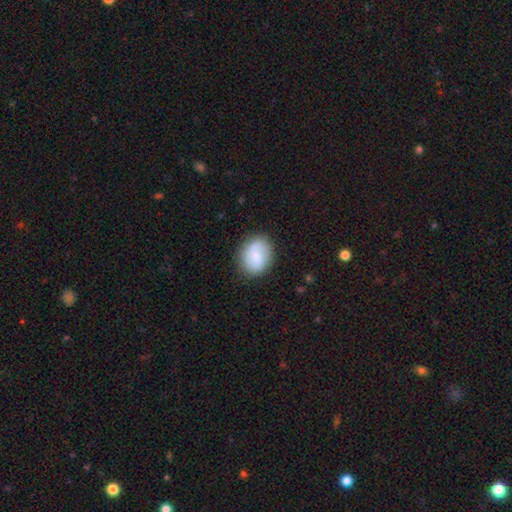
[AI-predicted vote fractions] A smooth galaxy with no disk features (69%) that is in between round and cigar-shaped (58%).

Vote fractions:
- Smooth or featured? smooth: 69% / featured or disk: 24% / star or artifact: 7%
- How rounded? in between: 58% / round: 41% / cigar-shaped: 1%
- Merging? none: 78% / minor disturbance: 15% / major disturbance: 5% / merger: 2%